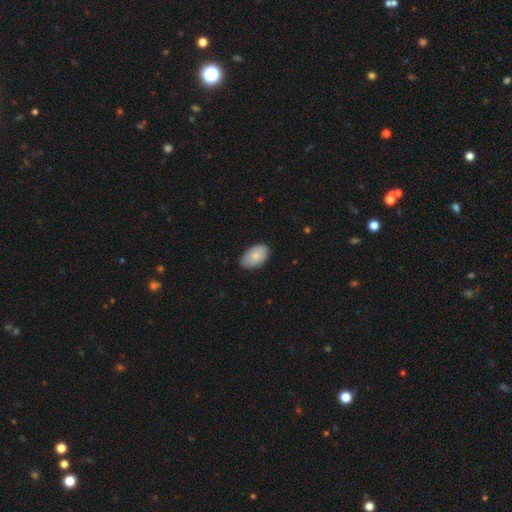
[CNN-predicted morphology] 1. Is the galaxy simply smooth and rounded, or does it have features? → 82% smooth, 12% featured or disk, 6% star or artifact.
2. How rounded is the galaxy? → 94% in between, 5% round, 1% cigar-shaped.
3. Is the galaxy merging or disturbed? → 84% none, 13% minor disturbance, 2% major disturbance, 1% merger.